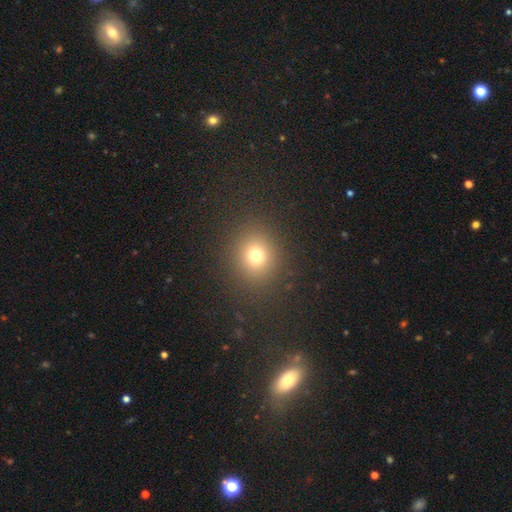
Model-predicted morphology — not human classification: A smooth galaxy with no disk features (73%) that is round (82%). Merging: none (88%).